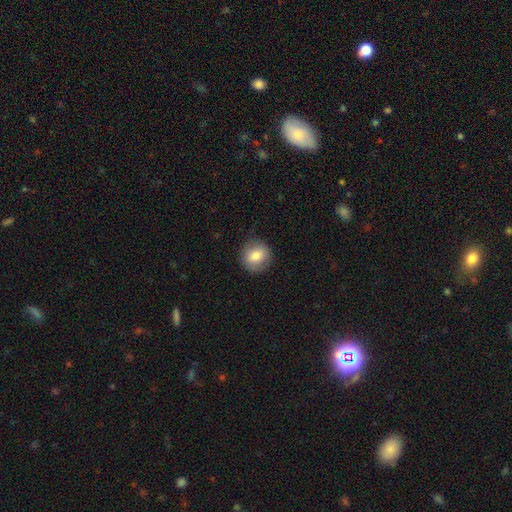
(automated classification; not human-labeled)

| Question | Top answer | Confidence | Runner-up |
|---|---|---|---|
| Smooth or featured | smooth | 79% | featured or disk (13%) |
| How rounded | round | 84% | in between (15%) |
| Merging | none | 83% | minor disturbance (13%) |